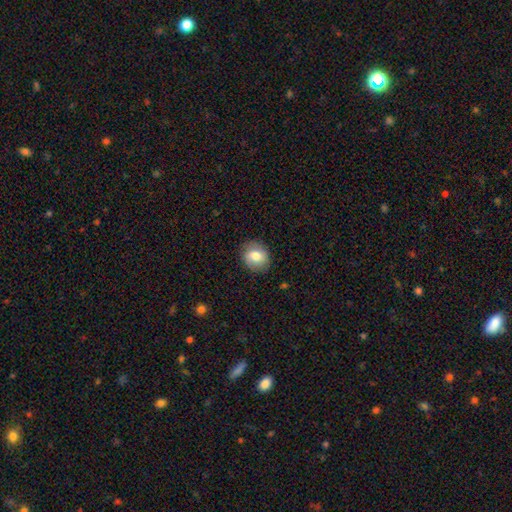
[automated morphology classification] Smooth or featured?
  - smooth: 75% *
  - featured or disk: 17%
  - star or artifact: 8%
How rounded?
  - round: 66% *
  - in between: 33%
  - cigar-shaped: 1%
Merging?
  - none: 83% *
  - minor disturbance: 12%
  - major disturbance: 3%
  - merger: 1%